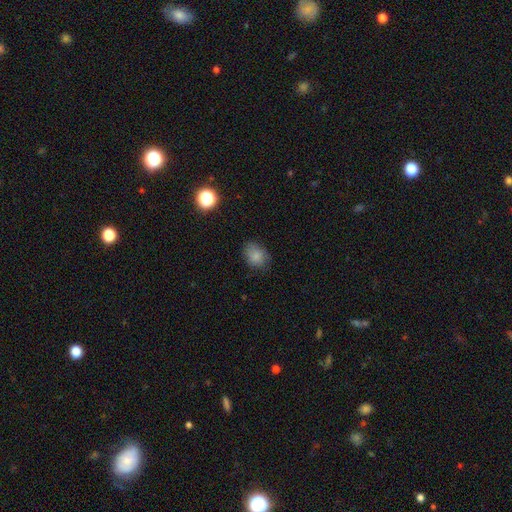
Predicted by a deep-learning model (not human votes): Morphology: type=smooth (82%); roundness=in between (57%); merging=none (70%).